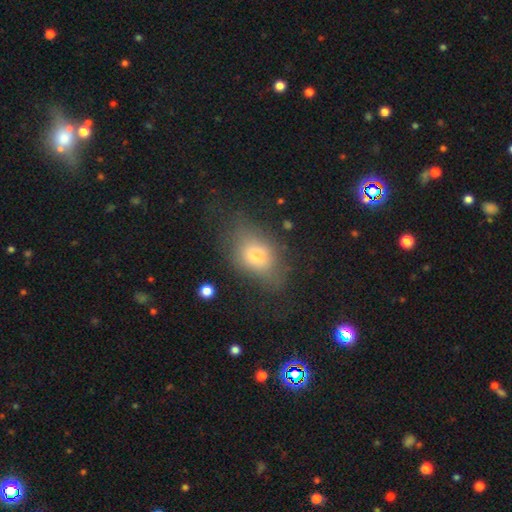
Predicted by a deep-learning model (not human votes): A smooth galaxy with no disk features (71%) that is in between round and cigar-shaped (79%).

Vote fractions:
- Smooth or featured? smooth: 71% / featured or disk: 17% / star or artifact: 11%
- How rounded? in between: 79% / round: 19% / cigar-shaped: 2%
- Merging? none: 56% / minor disturbance: 25% / major disturbance: 17% / merger: 2%